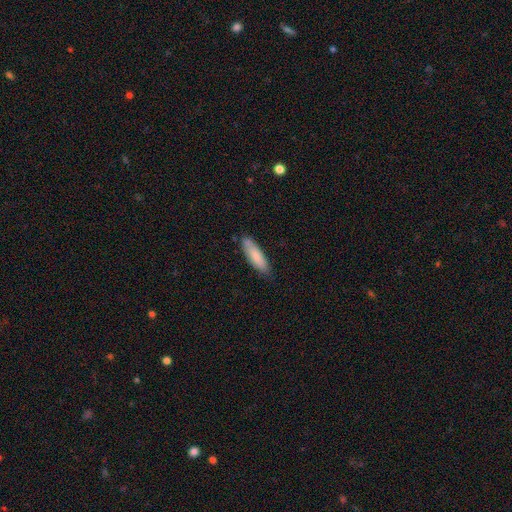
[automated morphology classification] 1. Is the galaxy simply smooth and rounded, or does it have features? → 82% smooth, 12% featured or disk, 6% star or artifact.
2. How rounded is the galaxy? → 57% cigar-shaped, 42% in between, 1% round.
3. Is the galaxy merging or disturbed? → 77% none, 18% minor disturbance, 3% major disturbance, 2% merger.